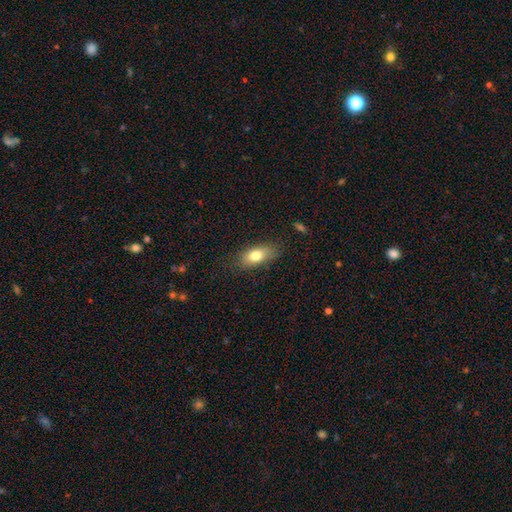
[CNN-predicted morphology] type=smooth (76%); roundness=in between (83%); merging=none (74%).